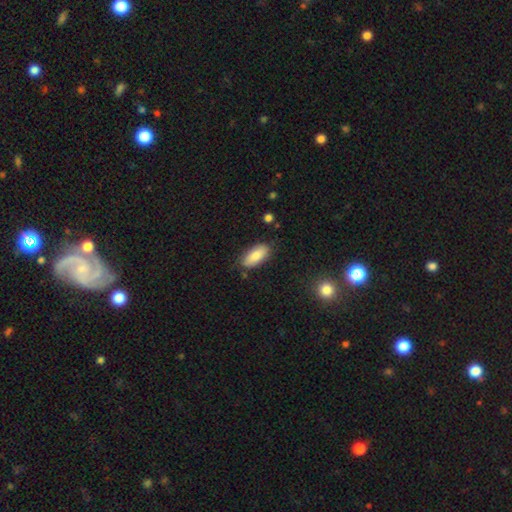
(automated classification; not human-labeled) The model was most divided on "merging": none: 82%, minor disturbance: 13%, major disturbance: 3%, merger: 2%. More confident: how rounded — in between (86%); smooth or featured — smooth (84%).